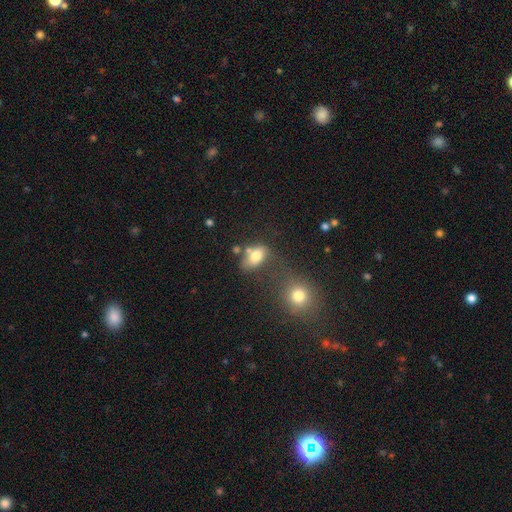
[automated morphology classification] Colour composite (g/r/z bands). It shows a smooth galaxy with no disk features (76%) that is in between round and cigar-shaped (81%). Merging: none (38%).